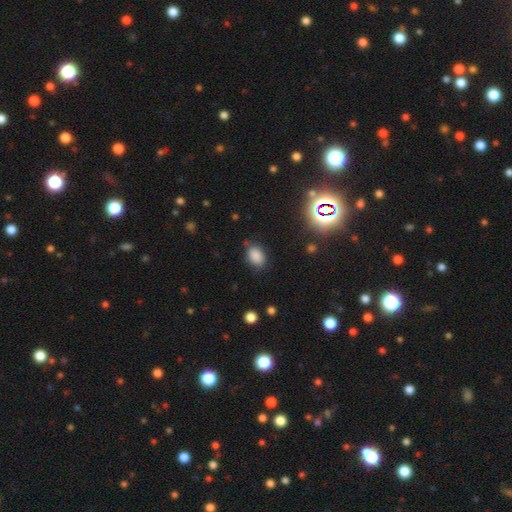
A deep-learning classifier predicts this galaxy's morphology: Smooth or featured? Predicted: smooth (p=0.82). How rounded? Predicted: in between (p=0.82). Merging? Predicted: none (p=0.74).